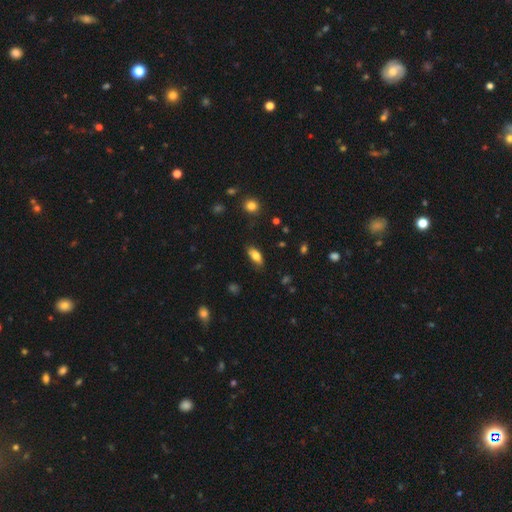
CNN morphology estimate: This is likely a smooth galaxy (78%). How rounded: clearly in between (85%). Merging: likely none (77%).